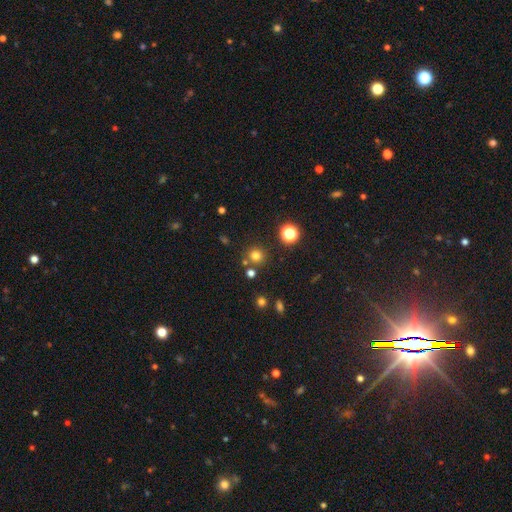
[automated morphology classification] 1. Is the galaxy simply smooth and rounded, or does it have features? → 75% smooth, 19% star or artifact, 6% featured or disk.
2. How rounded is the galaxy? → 92% round, 7% in between, 1% cigar-shaped.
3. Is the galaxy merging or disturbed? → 80% none, 9% merger, 8% minor disturbance, 3% major disturbance.